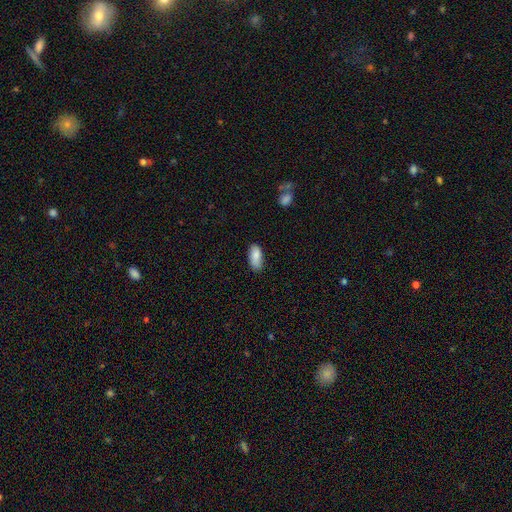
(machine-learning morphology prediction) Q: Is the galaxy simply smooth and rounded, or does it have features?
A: smooth — 87%.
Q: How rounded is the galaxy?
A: in between — 88%.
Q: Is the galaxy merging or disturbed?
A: none — 75%.